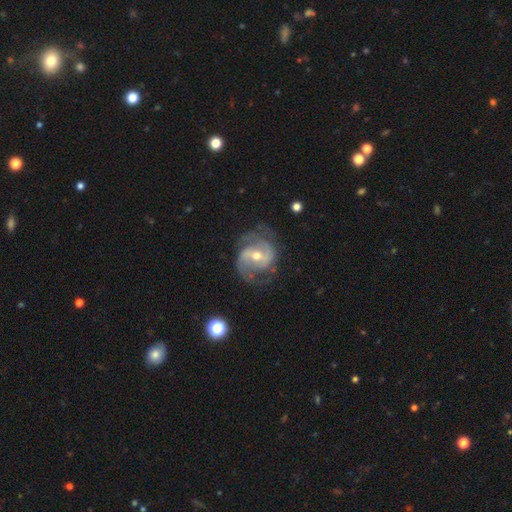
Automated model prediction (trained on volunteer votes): A featured or disk galaxy (87%) with a weak bar (45%), 2 (81%) medium (50%) spiral arms (95%) and a moderate central bulge (58%). Merging: none (70%).